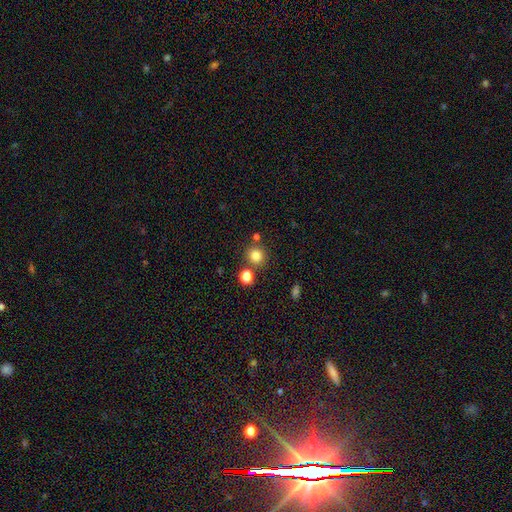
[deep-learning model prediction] A smooth galaxy with no disk features (81%) that is round (90%).

Vote fractions:
- Smooth or featured? smooth: 81% / star or artifact: 13% / featured or disk: 6%
- How rounded? round: 90% / in between: 9% / cigar-shaped: 1%
- Merging? none: 78% / merger: 11% / minor disturbance: 8% / major disturbance: 3%